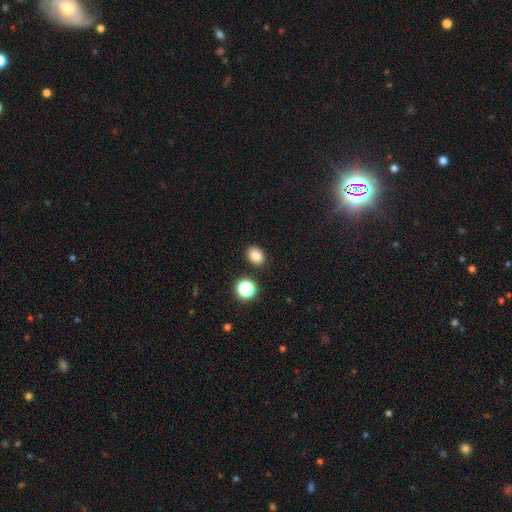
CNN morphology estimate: Smooth or featured?
  - smooth: 81% *
  - star or artifact: 13%
  - featured or disk: 6%
How rounded?
  - in between: 63% *
  - round: 36%
  - cigar-shaped: 1%
Merging?
  - none: 87% *
  - minor disturbance: 8%
  - merger: 3%
  - major disturbance: 2%